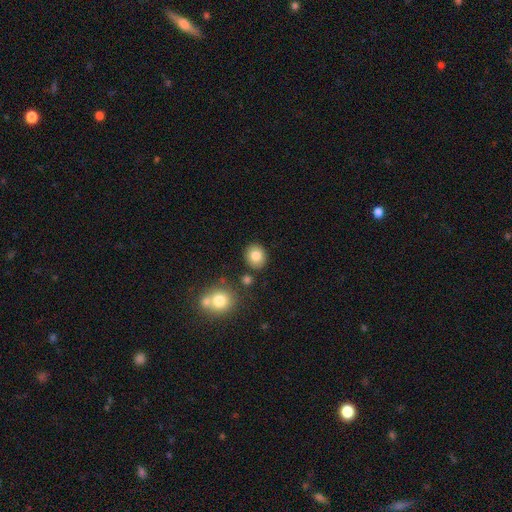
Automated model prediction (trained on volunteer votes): This appears to be a smooth galaxy with no disk features (83%) that is round (72%). Merging: none (85%).